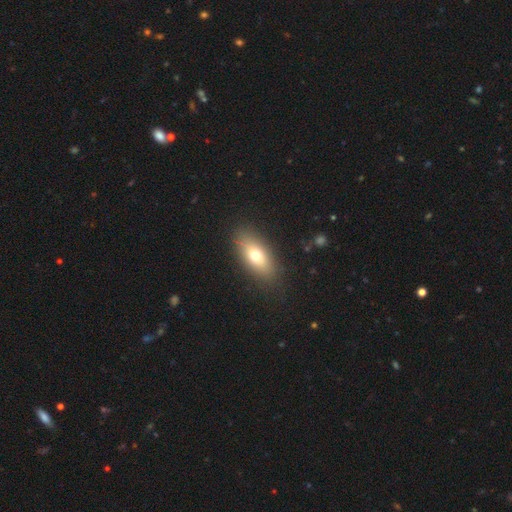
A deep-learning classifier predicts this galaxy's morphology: type=smooth (73%); roundness=in between (81%); merging=none (86%).